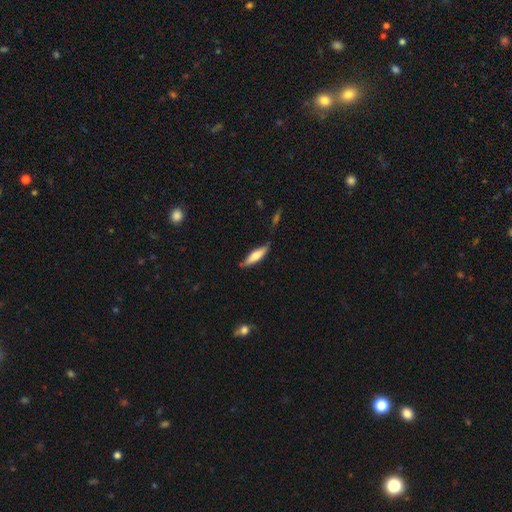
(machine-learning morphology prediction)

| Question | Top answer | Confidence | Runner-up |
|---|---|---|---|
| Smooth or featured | smooth | 66% | featured or disk (28%) |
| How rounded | cigar-shaped | 66% | in between (32%) |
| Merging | none | 74% | minor disturbance (19%) |